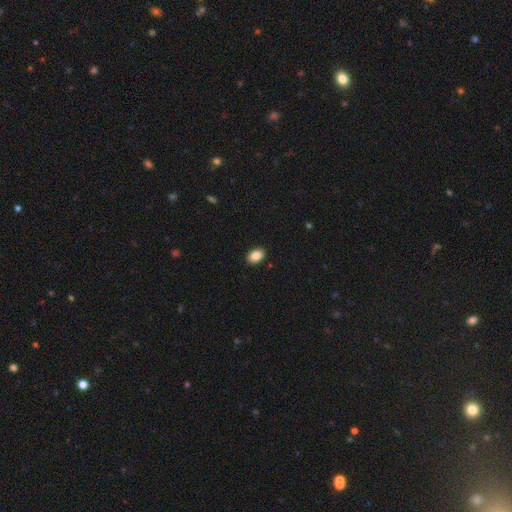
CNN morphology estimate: A smooth galaxy with no disk features (87%) that is in between round and cigar-shaped (82%).

Vote fractions:
- Smooth or featured? smooth: 87% / star or artifact: 8% / featured or disk: 5%
- How rounded? in between: 82% / round: 16% / cigar-shaped: 1%
- Merging? none: 90% / minor disturbance: 7% / major disturbance: 2% / merger: 1%